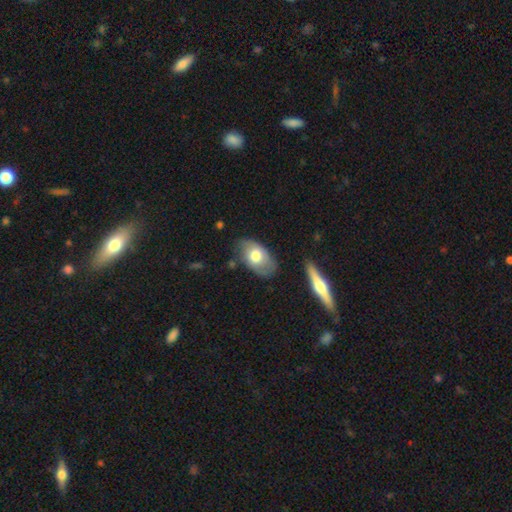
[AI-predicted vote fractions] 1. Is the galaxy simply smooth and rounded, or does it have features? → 63% smooth, 31% featured or disk, 6% star or artifact.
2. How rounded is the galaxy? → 91% in between, 7% round, 2% cigar-shaped.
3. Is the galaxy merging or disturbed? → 63% none, 26% minor disturbance, 7% major disturbance, 3% merger.